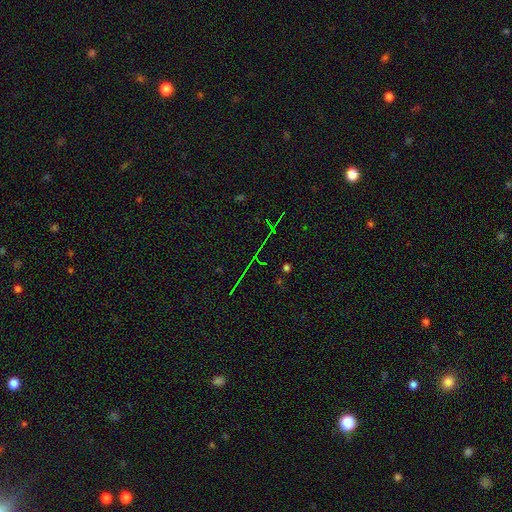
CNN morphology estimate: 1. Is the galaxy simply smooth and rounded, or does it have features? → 74% star or artifact, 14% smooth, 12% featured or disk.